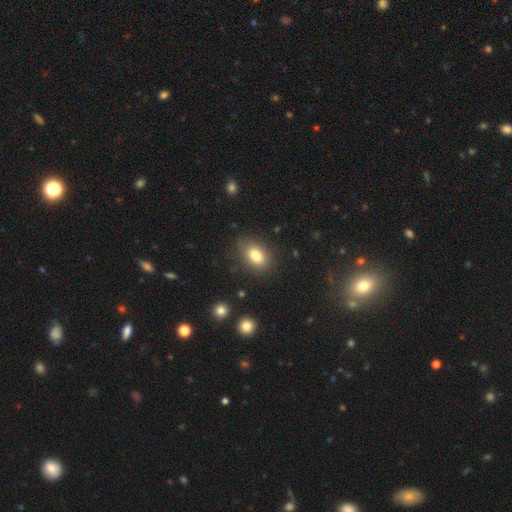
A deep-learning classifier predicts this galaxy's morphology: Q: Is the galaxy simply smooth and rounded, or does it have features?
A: smooth — 81%.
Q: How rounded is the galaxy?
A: in between — 78%.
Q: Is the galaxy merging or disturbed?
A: none — 82%.